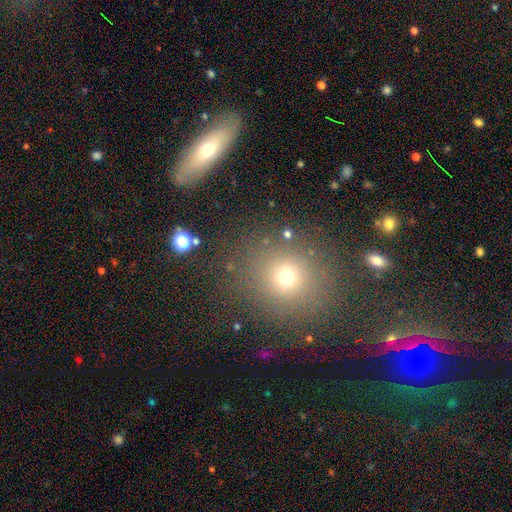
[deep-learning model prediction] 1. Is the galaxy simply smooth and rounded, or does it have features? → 54% smooth, 31% star or artifact, 15% featured or disk.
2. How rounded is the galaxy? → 79% round, 19% in between, 3% cigar-shaped.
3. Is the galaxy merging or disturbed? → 84% none, 9% minor disturbance, 4% merger, 4% major disturbance.